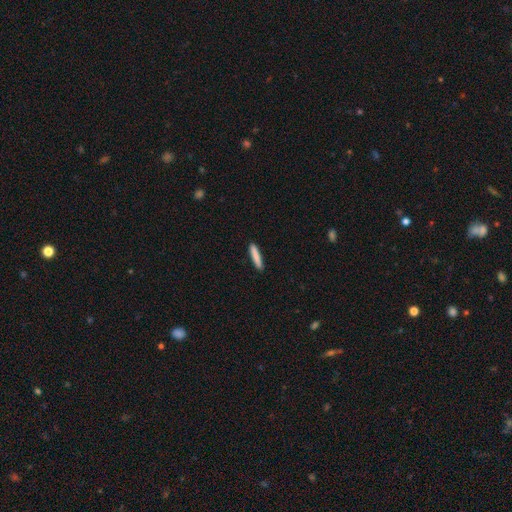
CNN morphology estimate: This appears to be a smooth galaxy with no disk features (85%) that is cigar-shaped (91%). Merging: none (90%).